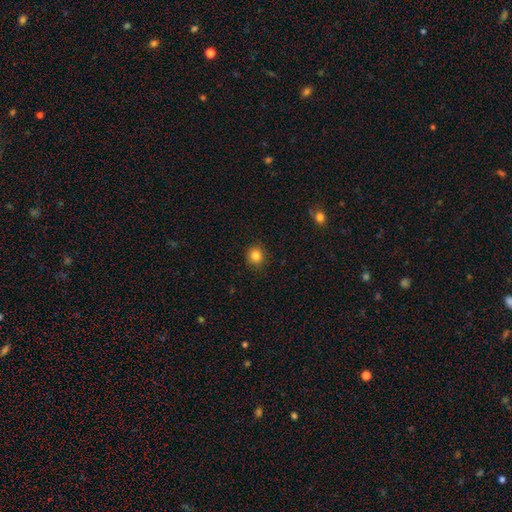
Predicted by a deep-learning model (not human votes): smooth_or_featured: smooth (p=0.83) [alt: star or artifact p=0.11]
how_rounded: round (p=0.87) [alt: in between p=0.12]
merging: none (p=0.90) [alt: minor disturbance p=0.07]